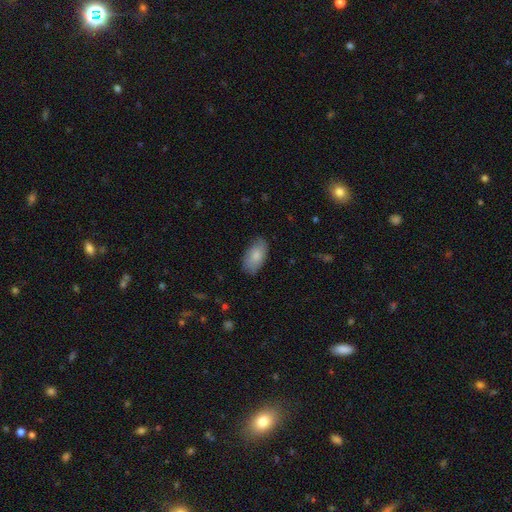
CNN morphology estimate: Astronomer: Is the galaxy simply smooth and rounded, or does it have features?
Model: smooth — 82%.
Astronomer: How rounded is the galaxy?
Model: in between — 94%.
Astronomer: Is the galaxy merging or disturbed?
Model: none — 79%.